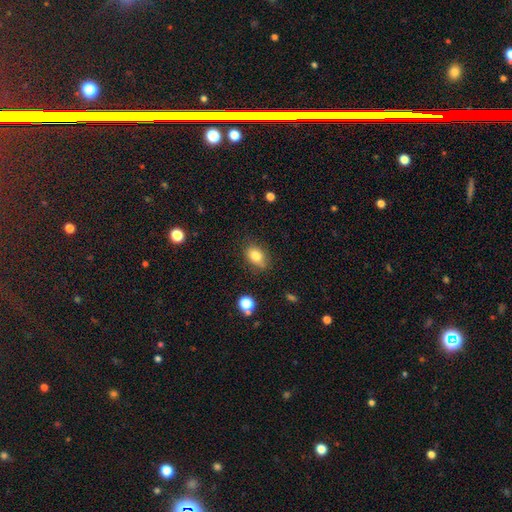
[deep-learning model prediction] This appears to be a smooth galaxy with no disk features (81%) that is in between round and cigar-shaped (81%). Merging: none (77%).